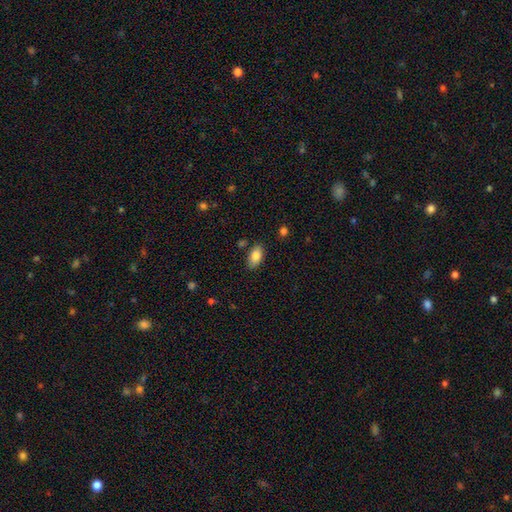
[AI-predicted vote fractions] Smooth or featured? Predicted: smooth (p=0.84). How rounded? Predicted: in between (p=0.92). Merging? Predicted: none (p=0.82).